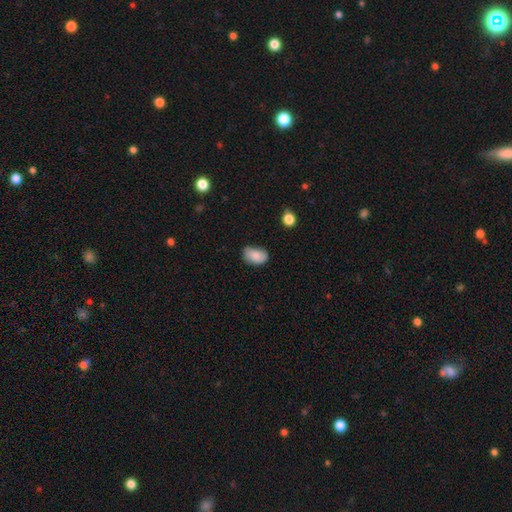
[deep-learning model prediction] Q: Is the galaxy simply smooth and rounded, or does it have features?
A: smooth — 78%.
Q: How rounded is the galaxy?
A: in between — 86%.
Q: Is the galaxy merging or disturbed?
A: none — 68%.